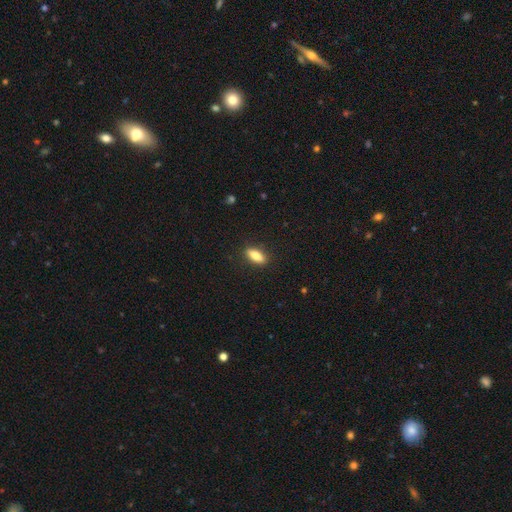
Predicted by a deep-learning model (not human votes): Q: Smooth or featured?
A: smooth (83%); runner-up: featured or disk (10%)
Q: How rounded?
A: in between (72%); runner-up: cigar-shaped (25%)
Q: Merging?
A: none (88%); runner-up: minor disturbance (9%)